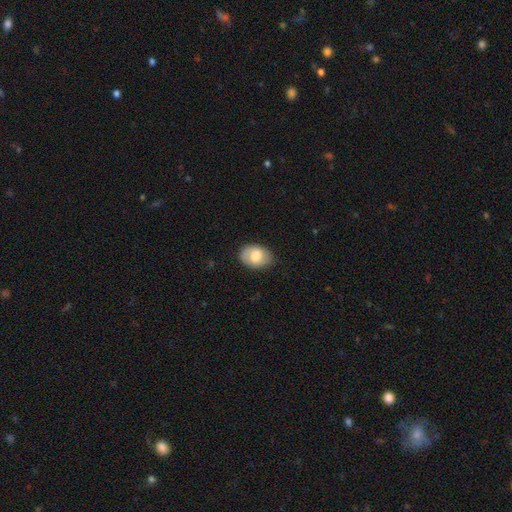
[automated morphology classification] smooth 71%, featured or disk 22%, star or artifact 7%. Down the decision tree: how rounded — in between (80%); merging — none (82%).